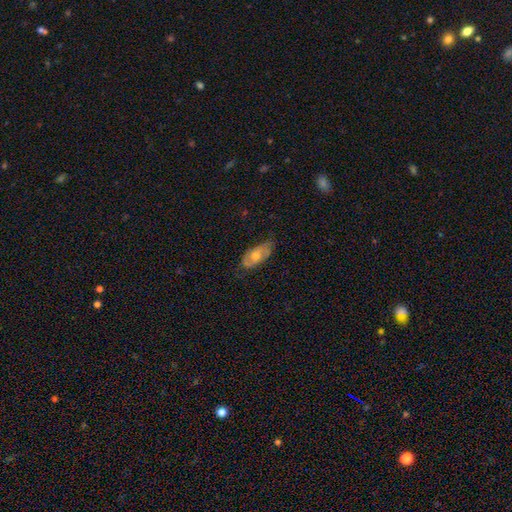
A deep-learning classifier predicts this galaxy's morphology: Smooth or featured? featured or disk (49%)
Merging? none (66%)